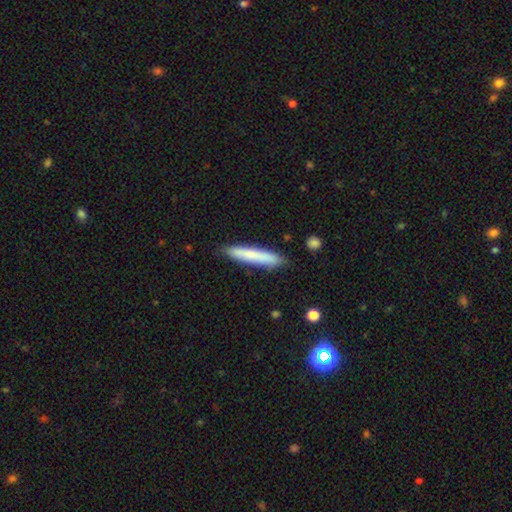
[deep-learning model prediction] Q: Smooth or featured?
A: smooth (76%); runner-up: featured or disk (18%)
Q: How rounded?
A: cigar-shaped (92%); runner-up: in between (7%)
Q: Merging?
A: none (87%); runner-up: minor disturbance (10%)